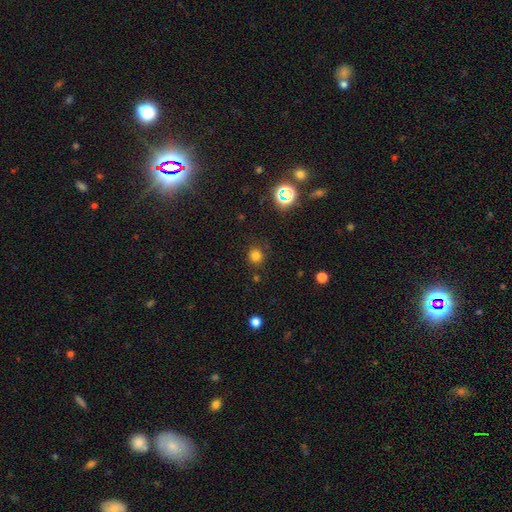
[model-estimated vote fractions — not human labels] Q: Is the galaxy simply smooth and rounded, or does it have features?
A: smooth — 78%.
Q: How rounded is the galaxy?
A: round — 91%.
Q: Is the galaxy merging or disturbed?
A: none — 85%.